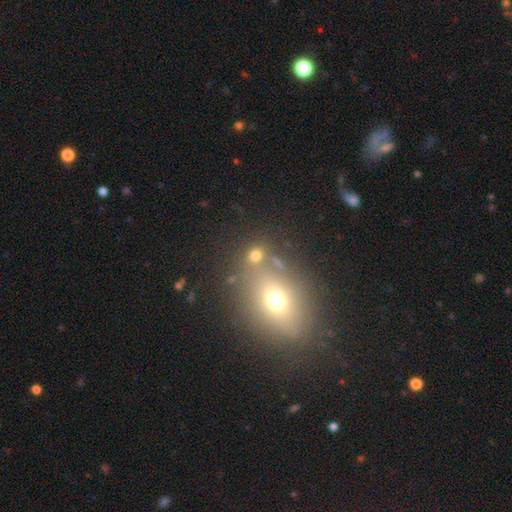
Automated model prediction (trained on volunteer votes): This appears to be a smooth galaxy with no disk features (67%) that is round (69%). Merging: none (61%).